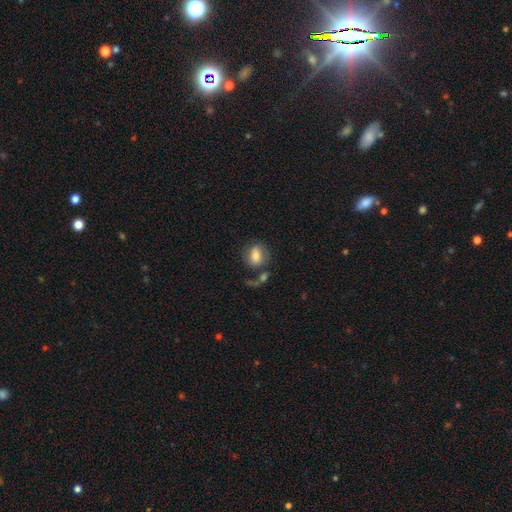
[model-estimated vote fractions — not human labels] Smooth or featured?
  - smooth: 73% *
  - featured or disk: 19%
  - star or artifact: 8%
How rounded?
  - in between: 61% *
  - round: 38%
  - cigar-shaped: 2%
Merging?
  - none: 49% *
  - minor disturbance: 19%
  - merger: 18%
  - major disturbance: 14%